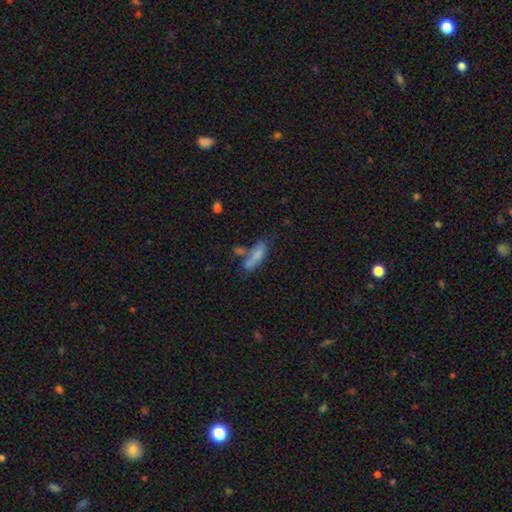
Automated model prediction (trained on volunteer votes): The model was most divided on "how rounded": in between: 49%, cigar-shaped: 48%, round: 3%. Remaining: smooth or featured — smooth (75%); merging — none (45%).